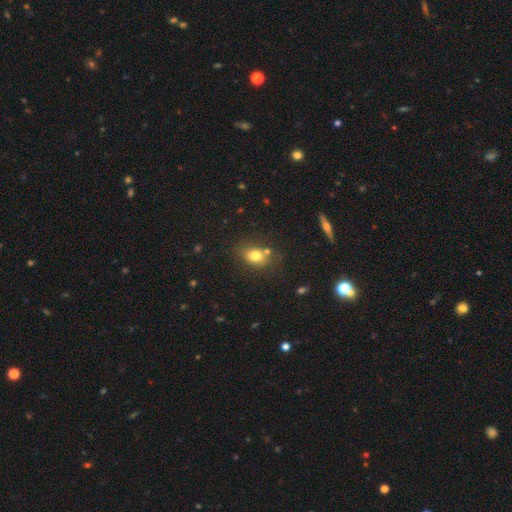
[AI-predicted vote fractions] smooth_or_featured: smooth (p=0.77) [alt: star or artifact p=0.12]
how_rounded: in between (p=0.58) [alt: round p=0.41]
merging: none (p=0.68) [alt: minor disturbance p=0.15]